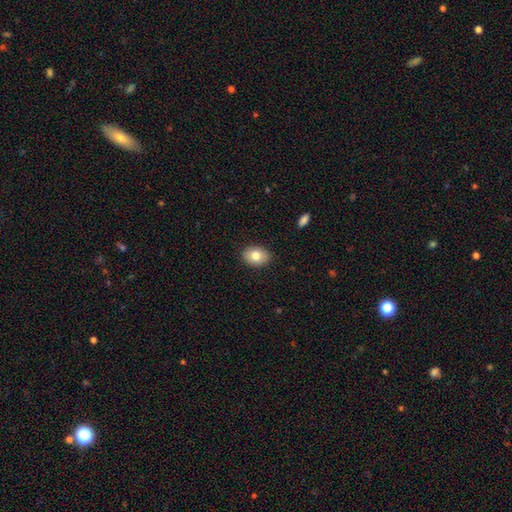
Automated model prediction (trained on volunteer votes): Smooth or featured? smooth (81%)
How rounded? in between (75%)
Merging? none (89%)